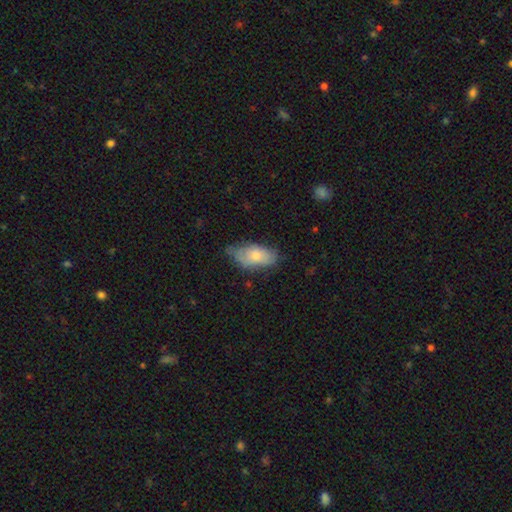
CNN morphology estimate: Smooth or featured? smooth (68%)
How rounded? in between (91%)
Merging? none (47%)